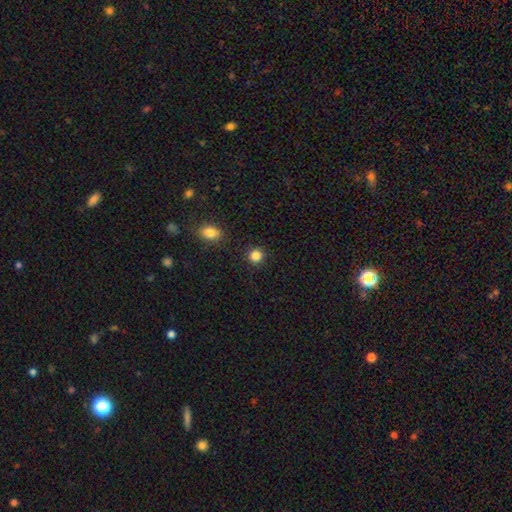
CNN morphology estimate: Overall: smooth (85%). How rounded: round (90%). Merging: none (90%).